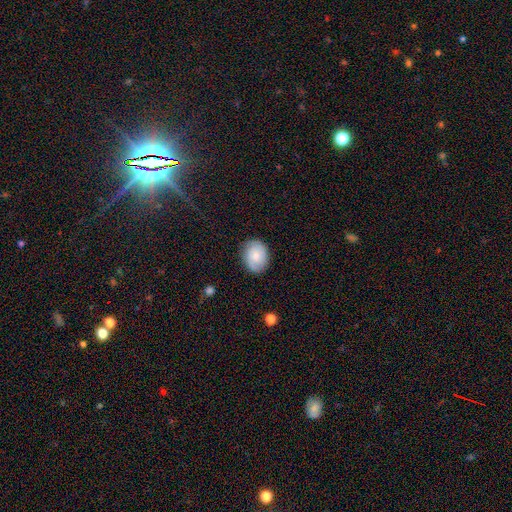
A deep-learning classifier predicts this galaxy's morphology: Q: Smooth or featured?
A: smooth (54%); runner-up: featured or disk (38%)
Q: How rounded?
A: in between (58%); runner-up: round (41%)
Q: Merging?
A: none (82%); runner-up: minor disturbance (14%)